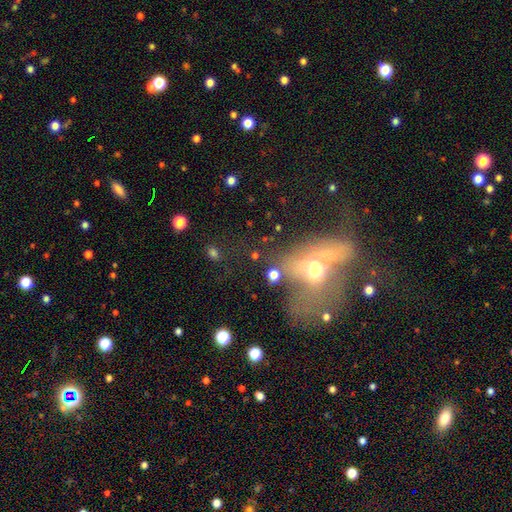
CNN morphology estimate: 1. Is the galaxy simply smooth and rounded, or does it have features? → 40% smooth, 35% featured or disk, 25% star or artifact.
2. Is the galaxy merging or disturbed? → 32% major disturbance, 29% merger, 26% none, 13% minor disturbance.